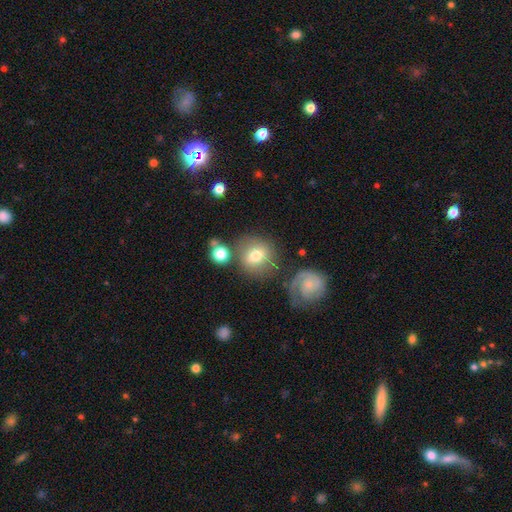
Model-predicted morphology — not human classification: Smooth or featured: smooth — 63% (featured or disk — 27%)
How rounded: round — 79% (in between — 19%)
Merging: none — 68% (minor disturbance — 14%)